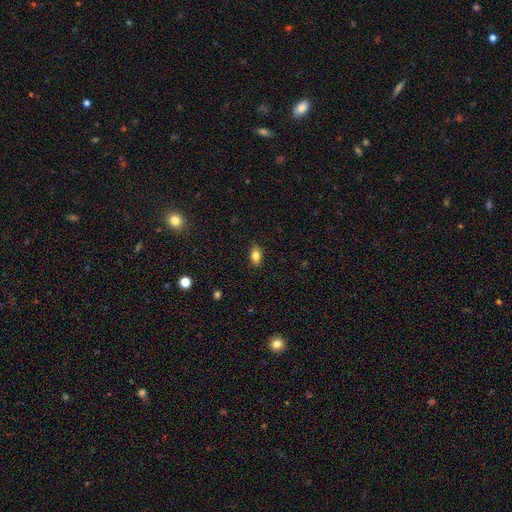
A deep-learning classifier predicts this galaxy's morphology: smooth-or-featured: smooth: 82% | star or artifact: 9% | featured or disk: 9%
  how-rounded: in between: 86% | round: 11% | cigar-shaped: 3%
  merging: none: 87% | minor disturbance: 10% | major disturbance: 2% | merger: 1%